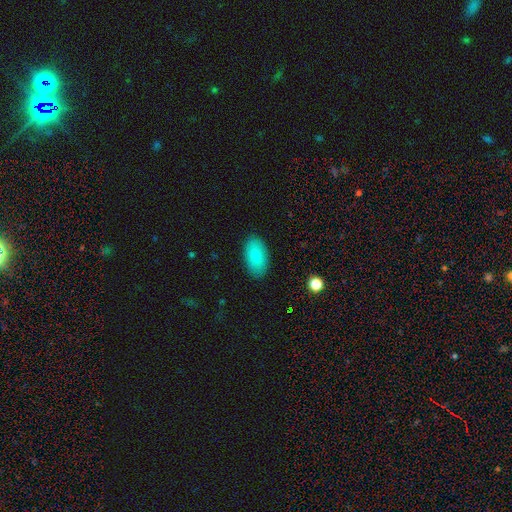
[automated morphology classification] A smooth galaxy with no disk features (87%) that is in between round and cigar-shaped (94%).

Vote fractions:
- Smooth or featured? smooth: 87% / star or artifact: 7% / featured or disk: 6%
- How rounded? in between: 94% / round: 3% / cigar-shaped: 2%
- Merging? none: 88% / minor disturbance: 9% / major disturbance: 2% / merger: 1%